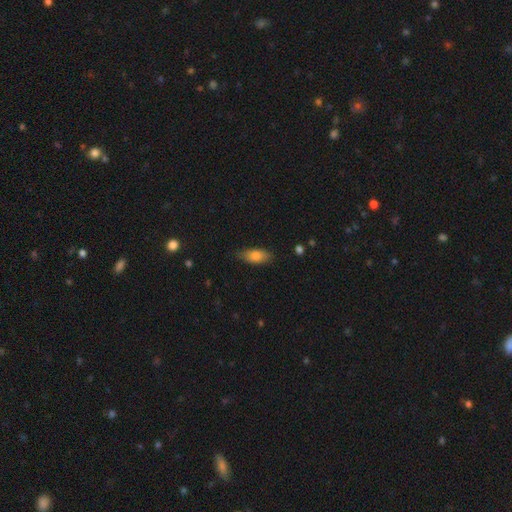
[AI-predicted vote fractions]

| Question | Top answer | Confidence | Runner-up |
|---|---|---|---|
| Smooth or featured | smooth | 78% | featured or disk (15%) |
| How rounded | in between | 85% | cigar-shaped (12%) |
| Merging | none | 79% | minor disturbance (17%) |